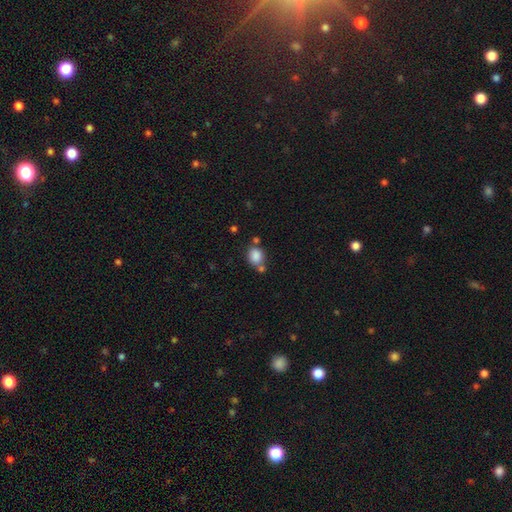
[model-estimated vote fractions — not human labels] smooth 85%, star or artifact 10%, featured or disk 6%. Down the decision tree: how rounded — round (62%); merging — none (59%).